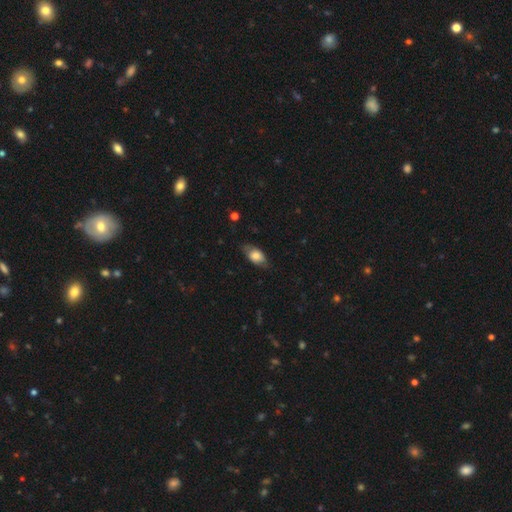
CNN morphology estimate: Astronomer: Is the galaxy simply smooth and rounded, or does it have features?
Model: smooth — 68%.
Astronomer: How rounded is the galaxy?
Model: in between — 87%.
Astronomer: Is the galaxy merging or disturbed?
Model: none — 69%.